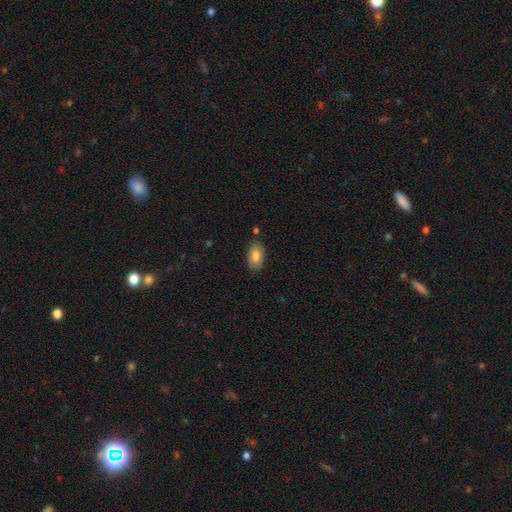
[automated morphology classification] A smooth galaxy with no disk features (80%) that is in between round and cigar-shaped (93%).

Vote fractions:
- Smooth or featured? smooth: 80% / featured or disk: 13% / star or artifact: 7%
- How rounded? in between: 93% / round: 4% / cigar-shaped: 2%
- Merging? none: 82% / minor disturbance: 13% / merger: 3% / major disturbance: 3%